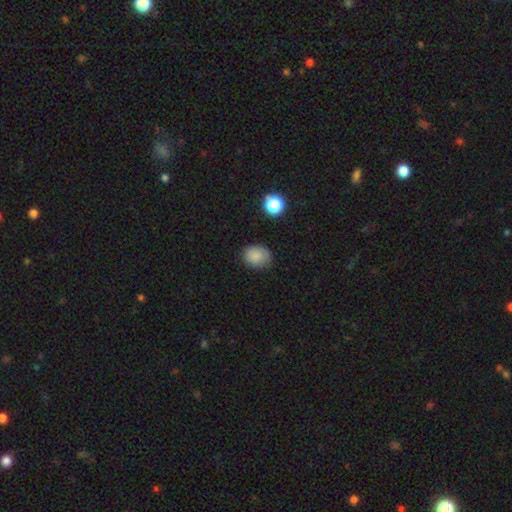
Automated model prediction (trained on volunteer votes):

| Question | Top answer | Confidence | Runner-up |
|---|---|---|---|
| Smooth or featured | smooth | 84% | star or artifact (11%) |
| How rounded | in between | 50% | round (49%) |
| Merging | none | 78% | minor disturbance (17%) |